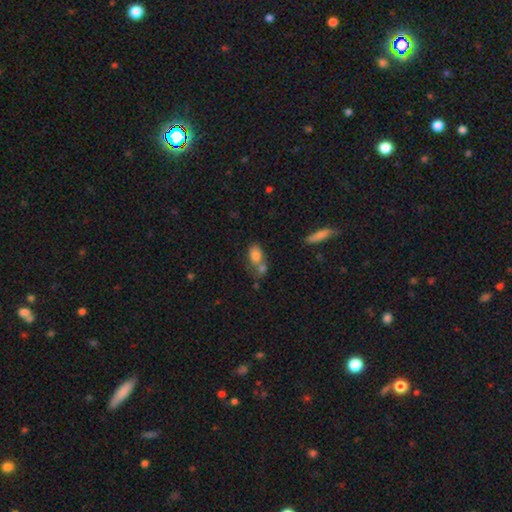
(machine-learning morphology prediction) Overall: smooth (78%). How rounded: in between (84%). Merging: merger (46%; none 34%).